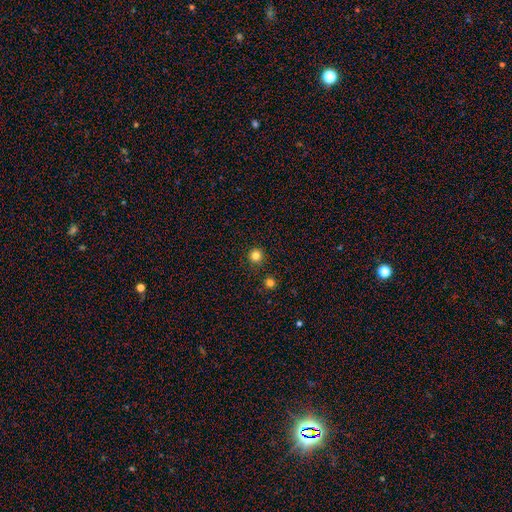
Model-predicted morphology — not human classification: Overall: smooth (81%). How rounded: round (96%). Merging: none (92%).